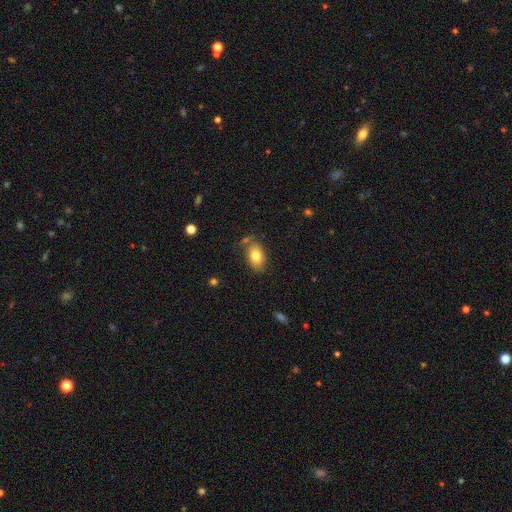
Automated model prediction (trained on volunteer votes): smooth_or_featured: smooth (p=0.79) [alt: featured or disk p=0.13]
how_rounded: in between (p=0.87) [alt: round p=0.11]
merging: none (p=0.72) [alt: minor disturbance p=0.16]